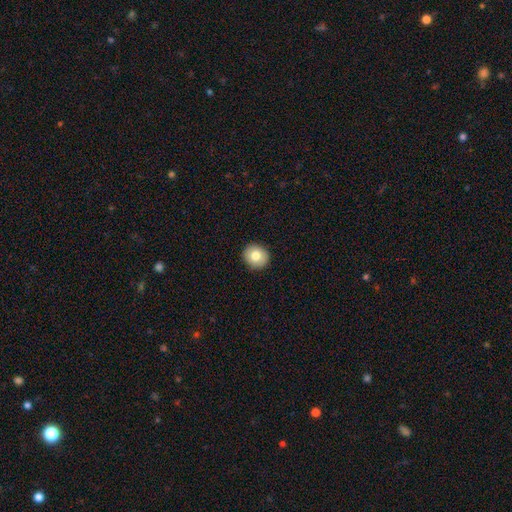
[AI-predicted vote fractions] A smooth galaxy with no disk features (80%) that is round (87%). Merging: none (91%).